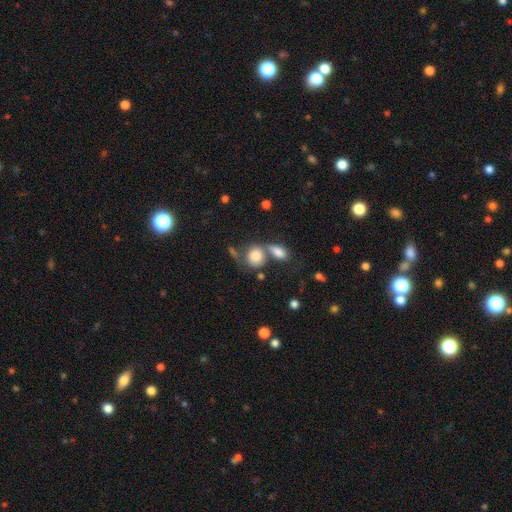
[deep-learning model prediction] A smooth galaxy with no disk features (81%) that is round (65%).

Vote fractions:
- Smooth or featured? smooth: 81% / featured or disk: 11% / star or artifact: 8%
- How rounded? round: 65% / in between: 34% / cigar-shaped: 2%
- Merging? merger: 43% / none: 38% / minor disturbance: 12% / major disturbance: 7%